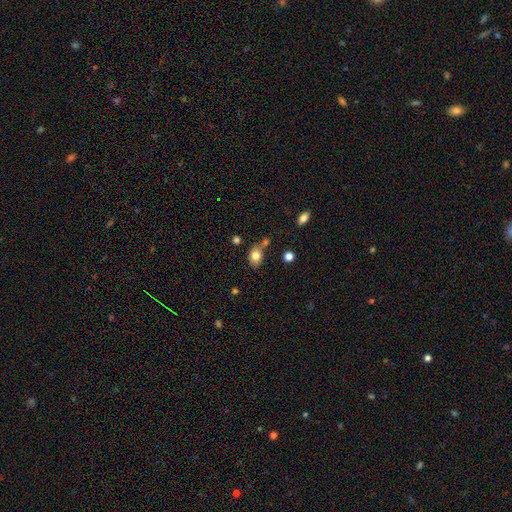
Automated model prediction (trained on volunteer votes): A smooth galaxy with no disk features (80%) that is in between round and cigar-shaped (62%).

Vote fractions:
- Smooth or featured? smooth: 80% / featured or disk: 10% / star or artifact: 10%
- How rounded? in between: 62% / round: 36% / cigar-shaped: 1%
- Merging? none: 55% / merger: 20% / minor disturbance: 19% / major disturbance: 6%